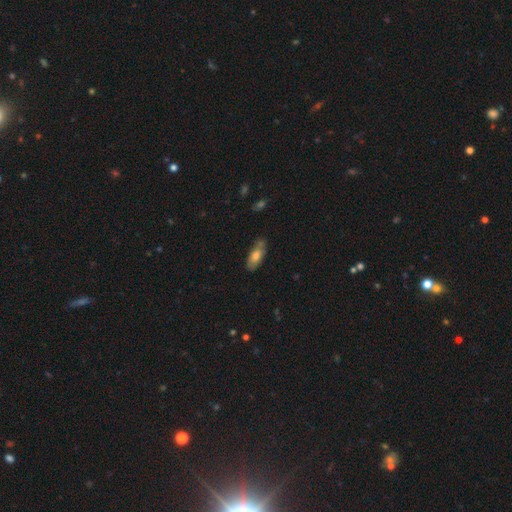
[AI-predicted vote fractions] smooth-or-featured: smooth: 72% | featured or disk: 22% | star or artifact: 7%
  how-rounded: in between: 78% | cigar-shaped: 20% | round: 3%
  merging: none: 64% | minor disturbance: 26% | major disturbance: 5% | merger: 5%